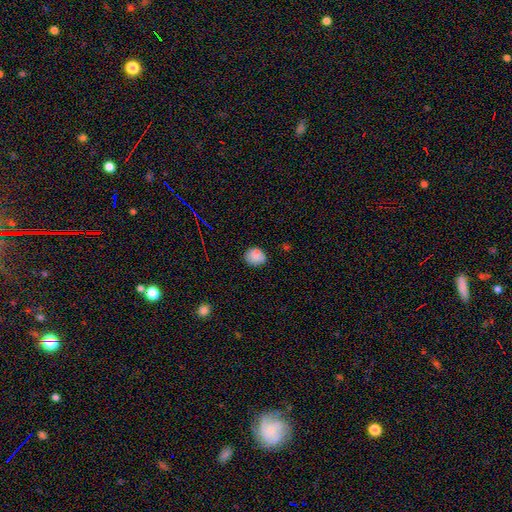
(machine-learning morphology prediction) Smooth or featured?
  - smooth: 82% *
  - star or artifact: 11%
  - featured or disk: 7%
How rounded?
  - round: 67% *
  - in between: 32%
  - cigar-shaped: 1%
Merging?
  - none: 76% *
  - minor disturbance: 19%
  - major disturbance: 3%
  - merger: 2%